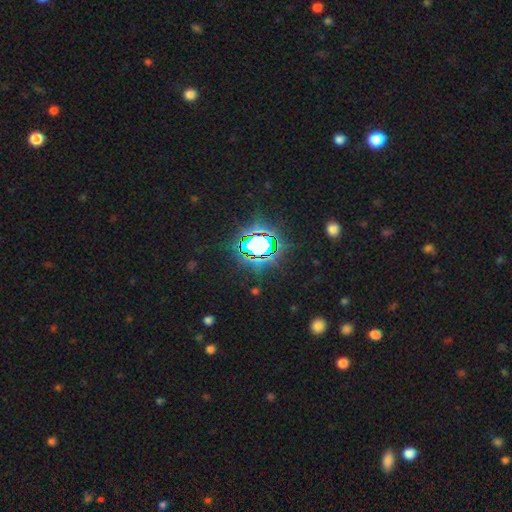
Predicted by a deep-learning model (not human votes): Smooth or featured?
  - star or artifact: 80% *
  - smooth: 12%
  - featured or disk: 7%